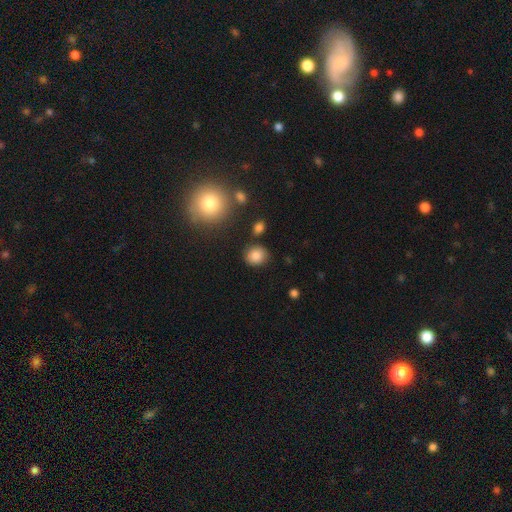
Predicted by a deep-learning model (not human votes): smooth 83%, star or artifact 11%, featured or disk 7%. Down the decision tree: how rounded — round (78%); merging — none (84%).